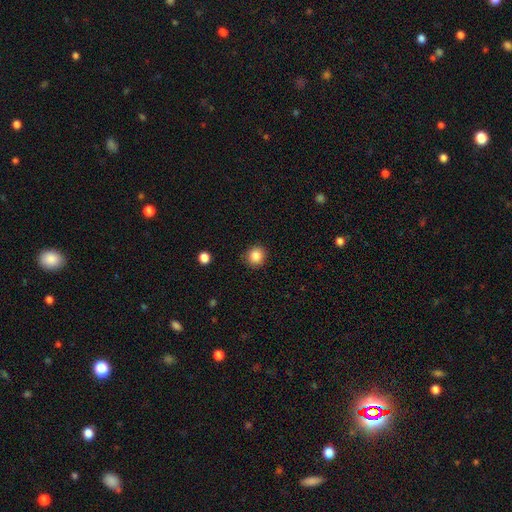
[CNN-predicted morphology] smooth 87%, star or artifact 10%, featured or disk 3%. Down the decision tree: how rounded — round (89%); merging — none (88%).